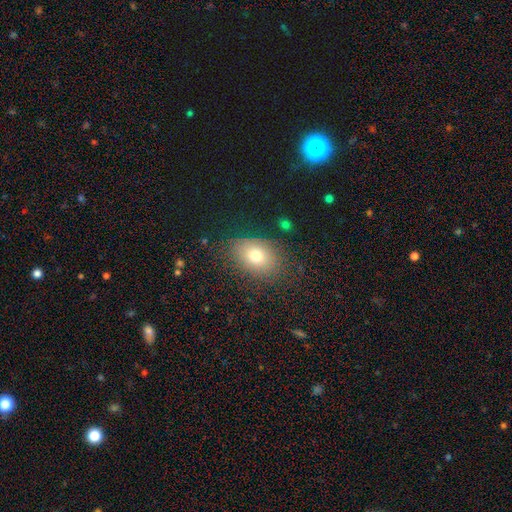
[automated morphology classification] A smooth galaxy with no disk features (75%) that is in between round and cigar-shaped (72%). Merging: none (81%).